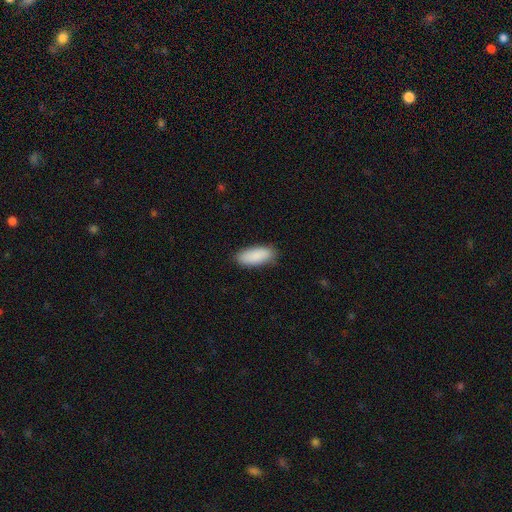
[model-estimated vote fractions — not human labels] smooth_or_featured: smooth (p=0.90) [alt: star or artifact p=0.06]
how_rounded: in between (p=0.83) [alt: cigar-shaped p=0.15]
merging: none (p=0.84) [alt: minor disturbance p=0.13]